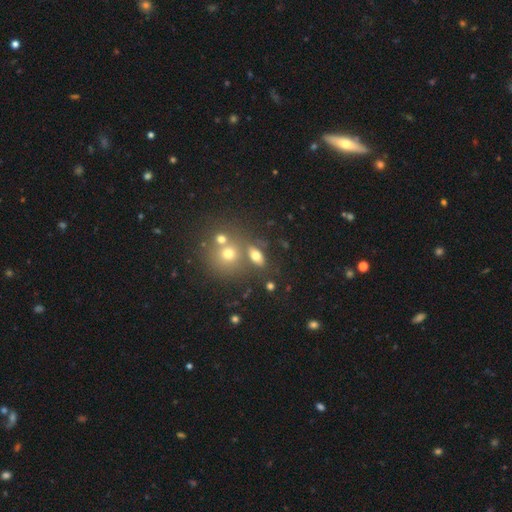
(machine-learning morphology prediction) smooth-or-featured: smooth: 69% | featured or disk: 16% | star or artifact: 15%
  how-rounded: in between: 77% | round: 17% | cigar-shaped: 7%
  merging: none: 61% | merger: 22% | minor disturbance: 12% | major disturbance: 6%